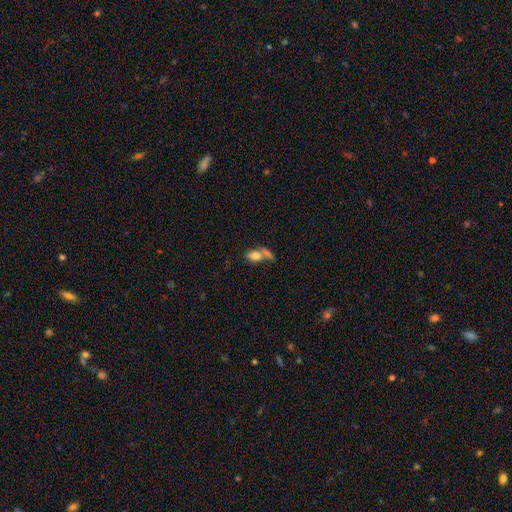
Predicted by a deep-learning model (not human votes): Q: Smooth or featured?
A: smooth (76%); runner-up: featured or disk (15%)
Q: How rounded?
A: in between (82%); runner-up: round (12%)
Q: Merging?
A: merger (46%); runner-up: none (33%)